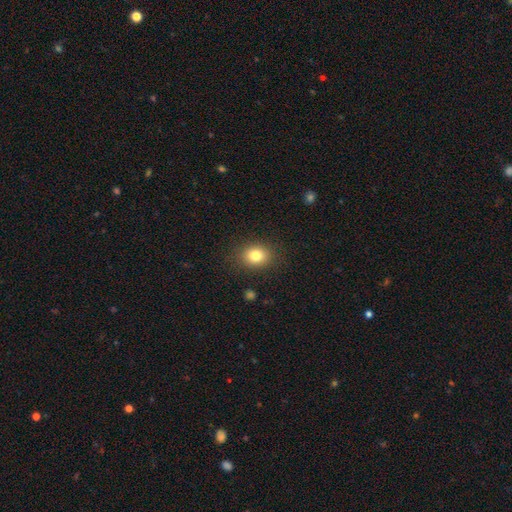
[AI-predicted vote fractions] Smooth or featured? Predicted: smooth (p=0.80). How rounded? Predicted: round (p=0.53). Merging? Predicted: none (p=0.87).